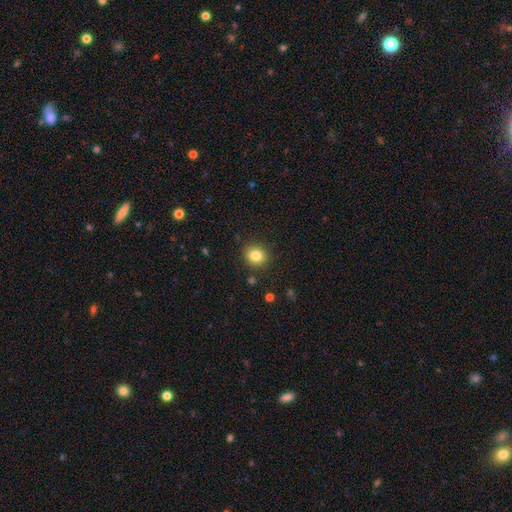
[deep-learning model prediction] Q: Smooth or featured?
A: smooth (82%); runner-up: star or artifact (11%)
Q: How rounded?
A: round (81%); runner-up: in between (18%)
Q: Merging?
A: none (89%); runner-up: minor disturbance (7%)